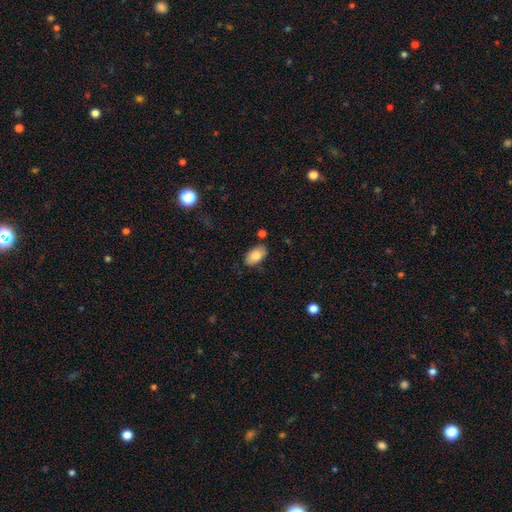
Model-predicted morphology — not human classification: This appears to be a smooth galaxy with no disk features (85%) that is in between round and cigar-shaped (94%). Merging: none (79%).